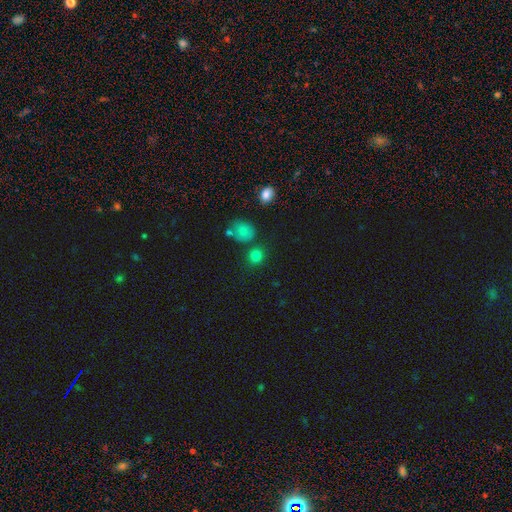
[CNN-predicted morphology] smooth 80%, star or artifact 14%, featured or disk 6%. Down the decision tree: how rounded — round (84%); merging — none (74%).